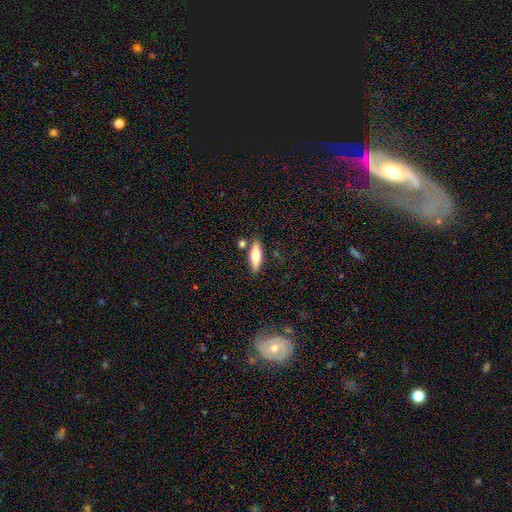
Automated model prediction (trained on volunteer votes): Smooth or featured? smooth (66%)
How rounded? in between (56%)
Merging? none (79%)